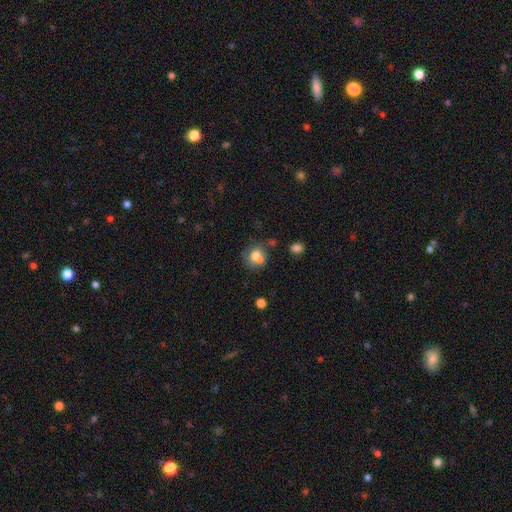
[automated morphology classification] Smooth or featured?
  - smooth: 68% *
  - featured or disk: 21%
  - star or artifact: 11%
How rounded?
  - round: 72% *
  - in between: 27%
  - cigar-shaped: 1%
Merging?
  - none: 42% *
  - merger: 38%
  - minor disturbance: 14%
  - major disturbance: 7%